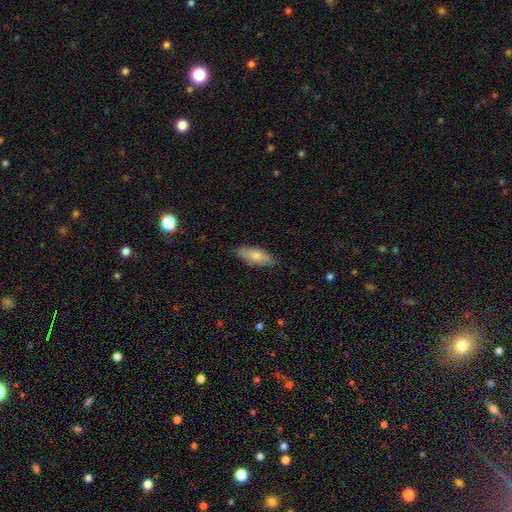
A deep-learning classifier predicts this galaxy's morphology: This appears to be a smooth galaxy with no disk features (76%) that is in between round and cigar-shaped (71%). Merging: none (79%).